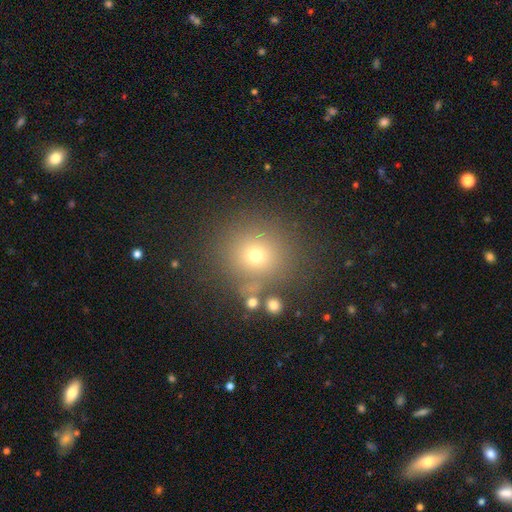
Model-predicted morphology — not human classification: type=smooth (66%); roundness=round (88%); merging=none (79%).